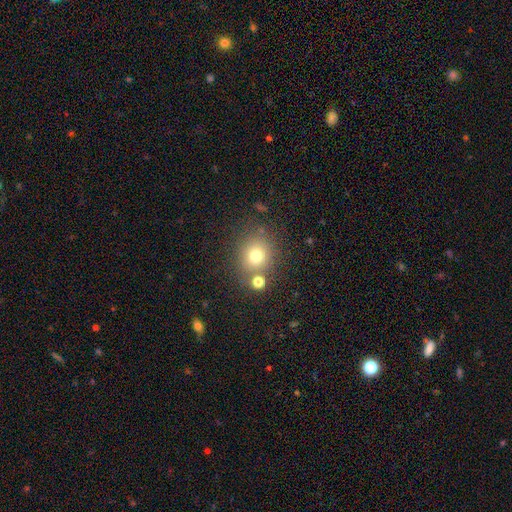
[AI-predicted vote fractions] smooth_or_featured: smooth (p=0.73) [alt: star or artifact p=0.16]
how_rounded: round (p=0.85) [alt: in between p=0.14]
merging: none (p=0.72) [alt: merger p=0.14]